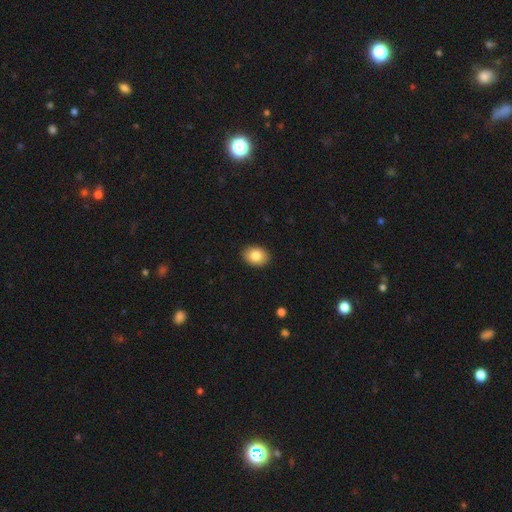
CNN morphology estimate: Smooth or featured: smooth — 85% (star or artifact — 8%)
How rounded: in between — 69% (round — 30%)
Merging: none — 91% (minor disturbance — 7%)